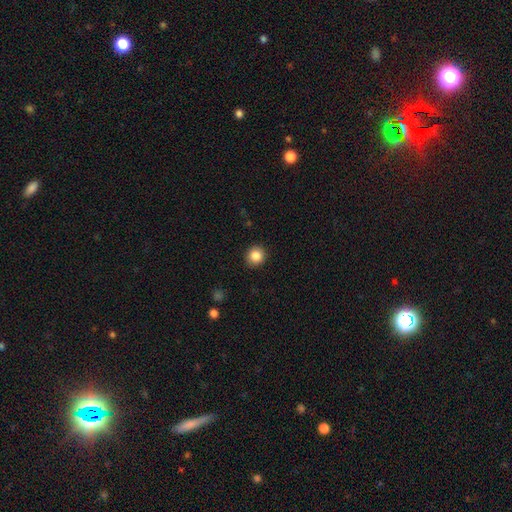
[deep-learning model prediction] This appears to be a smooth galaxy with no disk features (86%) that is round (89%). Merging: none (91%).